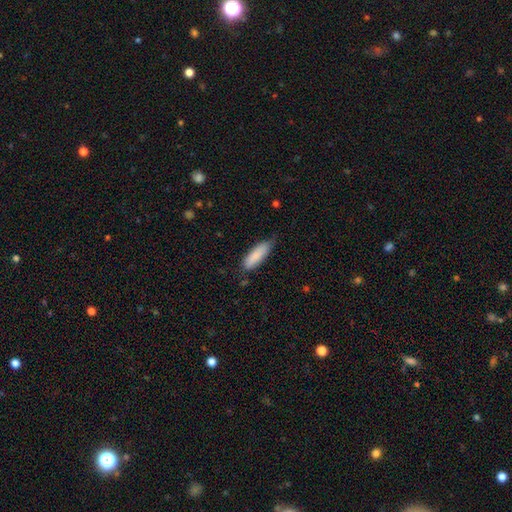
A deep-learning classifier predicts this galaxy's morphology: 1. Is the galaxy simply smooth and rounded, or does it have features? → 87% smooth, 8% featured or disk, 6% star or artifact.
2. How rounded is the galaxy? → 51% in between, 48% cigar-shaped, 1% round.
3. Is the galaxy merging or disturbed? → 70% none, 25% minor disturbance, 4% major disturbance, 2% merger.